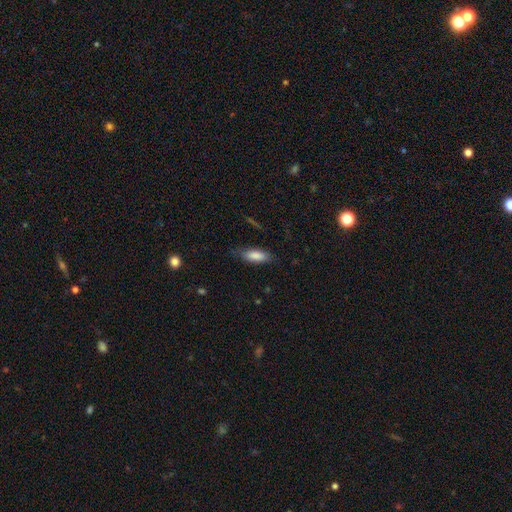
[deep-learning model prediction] Morphology: type=smooth (82%); roundness=in between (68%); merging=none (72%).